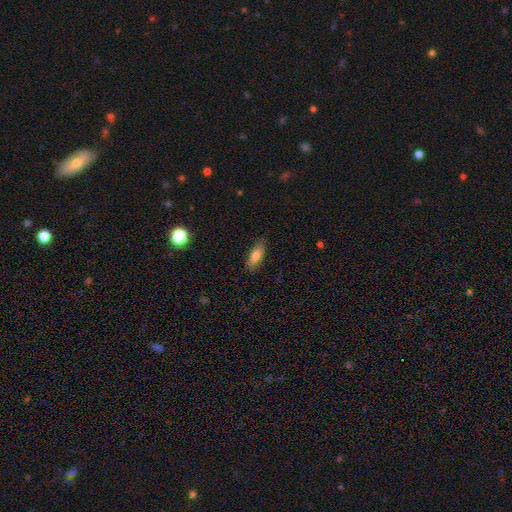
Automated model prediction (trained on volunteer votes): Morphology: type=smooth (77%); roundness=in between (68%); merging=none (86%).